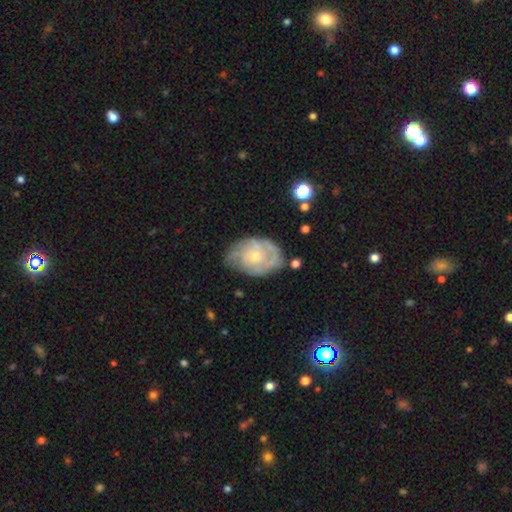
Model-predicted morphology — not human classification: The model was most divided on "spiral arm count": can't tell: 42%, 2: 26%, 3: 17%, 4: 6%, 1: 5%, more than 4: 4%. More confident: edge-on disk — no (96%); spiral arms — yes (85%); bar — no (78%); smooth or featured — featured or disk (74%); merging — none (64%); bulge size — small (63%); spiral winding — tight (60%).